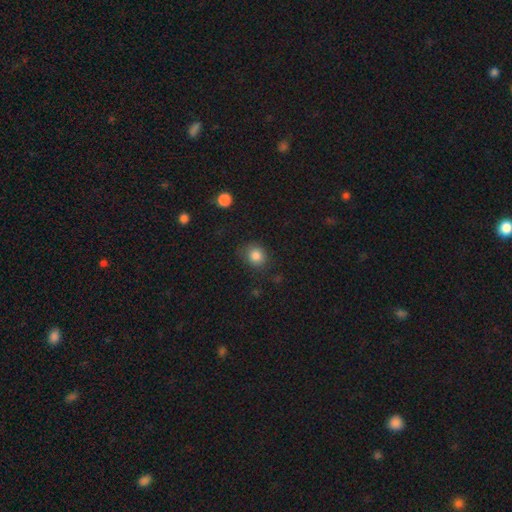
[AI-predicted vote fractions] The model was most divided on "how rounded": round: 74%, in between: 25%, cigar-shaped: 1%. More confident: smooth or featured — smooth (84%); merging — none (77%).